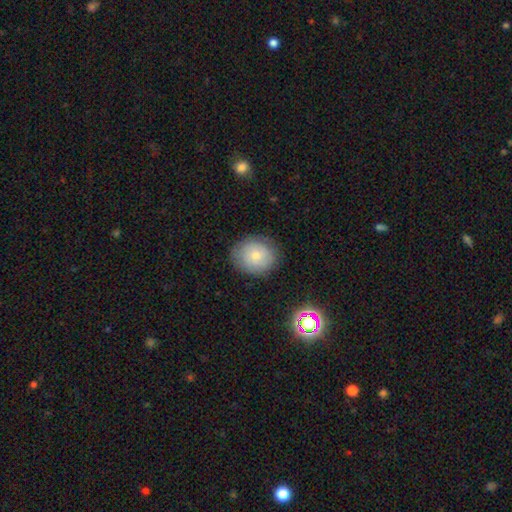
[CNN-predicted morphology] Q: Smooth or featured?
A: smooth (64%); runner-up: featured or disk (27%)
Q: How rounded?
A: round (74%); runner-up: in between (26%)
Q: Merging?
A: none (83%); runner-up: minor disturbance (12%)